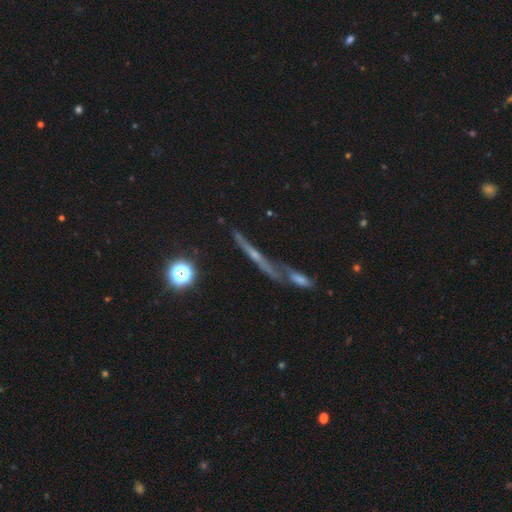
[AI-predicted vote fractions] smooth-or-featured: featured or disk: 57% | smooth: 22% | star or artifact: 21%
  disk-edge-on: yes: 85% | no: 15%
  merging: none: 52% | merger: 28% | minor disturbance: 12% | major disturbance: 9%